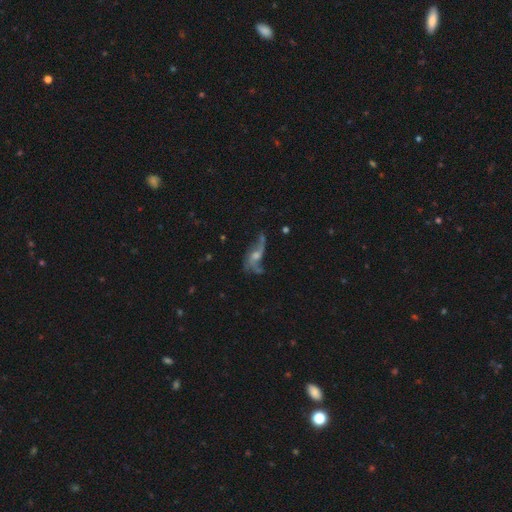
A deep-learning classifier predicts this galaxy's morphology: Smooth or featured? Predicted: featured or disk (p=0.77). Edge-on disk? Predicted: no (p=0.90). Bar? Predicted: no (p=0.58). Spiral arms? Predicted: yes (p=0.88). Spiral winding? Predicted: loose (p=0.81). Spiral arm count? Predicted: 2 (p=0.64). Bulge size? Predicted: moderate (p=0.48). Merging? Predicted: none (p=0.51).